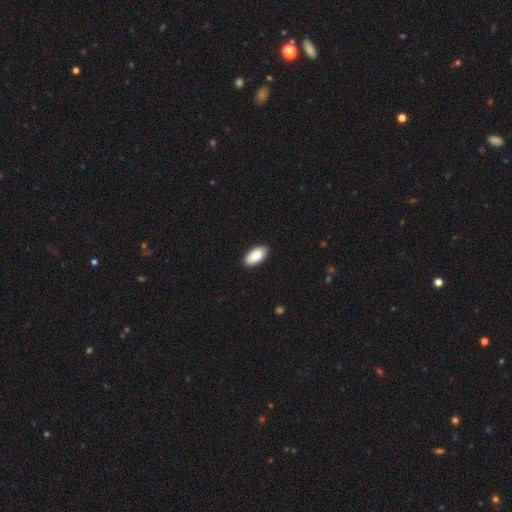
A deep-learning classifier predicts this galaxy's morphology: Overall: smooth (85%). How rounded: in between (95%). Merging: none (90%).